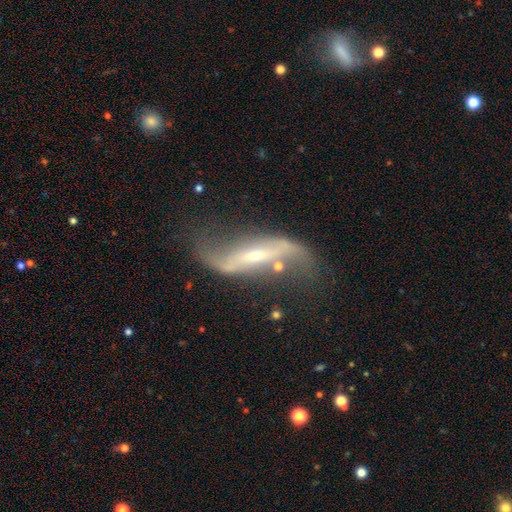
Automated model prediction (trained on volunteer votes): A featured or disk galaxy (85%) with a strong bar (49%), 2 (91%) loose (89%) spiral arms (91%) and a small central bulge (62%).

Vote fractions:
- Smooth or featured? featured or disk: 85% / smooth: 9% / star or artifact: 6%
- Edge-on disk? no: 82% / yes: 18%
- Bar? strong: 49% / weak: 30% / no: 22%
- Spiral arms? yes: 91% / no: 9%
- Spiral winding? loose: 89% / medium: 8% / tight: 3%
- Spiral arm count? 2: 91% / 1: 3% / can't tell: 3% / 3: 1% / 4: 1% / more than 4: 1%
- Bulge size? small: 62% / moderate: 29% / none: 5% / large: 3% / dominant: 2%
- Merging? none: 55% / minor disturbance: 21% / major disturbance: 18% / merger: 6%